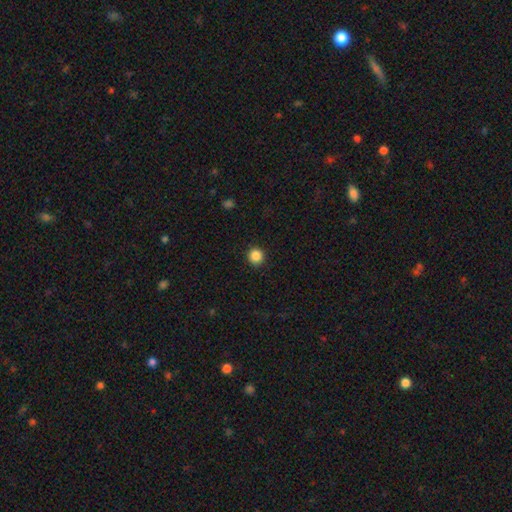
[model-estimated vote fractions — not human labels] Smooth or featured?
  - smooth: 86% *
  - star or artifact: 11%
  - featured or disk: 3%
How rounded?
  - round: 93% *
  - in between: 6%
  - cigar-shaped: 1%
Merging?
  - none: 92% *
  - minor disturbance: 5%
  - major disturbance: 2%
  - merger: 1%